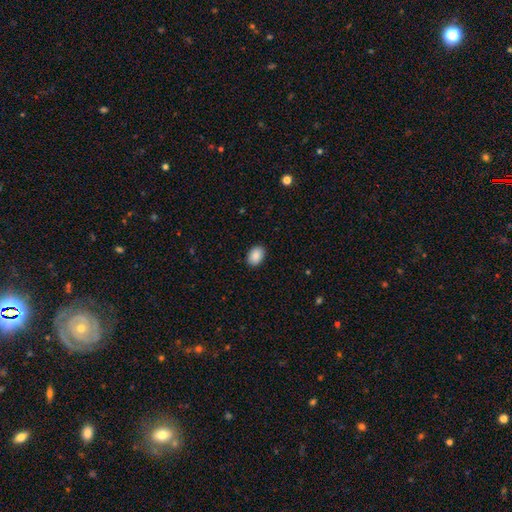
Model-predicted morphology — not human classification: This appears to be a smooth galaxy with no disk features (90%) that is in between round and cigar-shaped (83%). Merging: none (90%).